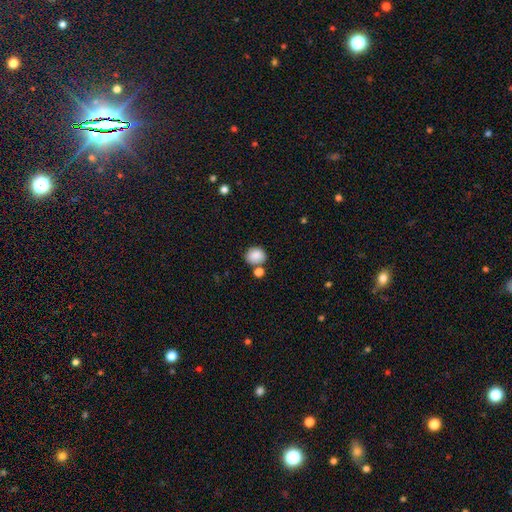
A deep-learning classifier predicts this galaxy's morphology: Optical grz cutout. It shows a smooth galaxy with no disk features (87%) that is round (69%). Merging: none (69%).